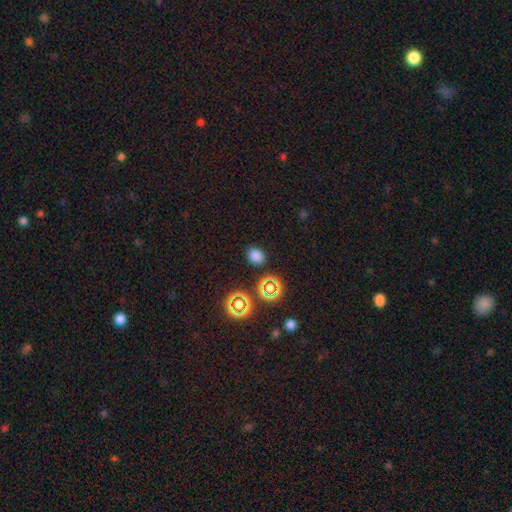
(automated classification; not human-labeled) A smooth galaxy with no disk features (75%) that is round (54%). Merging: none (85%).